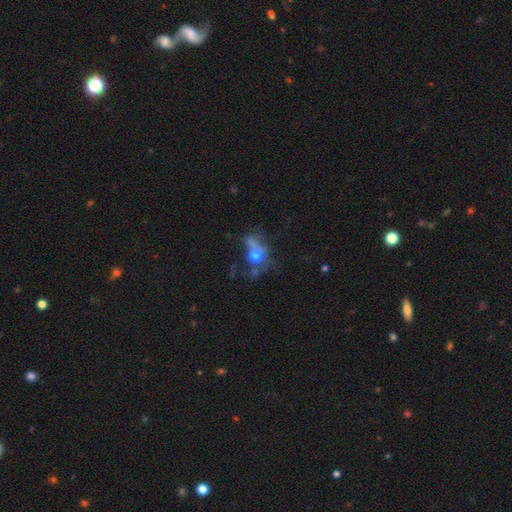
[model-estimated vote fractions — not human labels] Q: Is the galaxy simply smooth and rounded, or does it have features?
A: smooth — 58%.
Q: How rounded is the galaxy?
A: round — 51%.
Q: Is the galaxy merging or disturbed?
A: major disturbance — 38%.